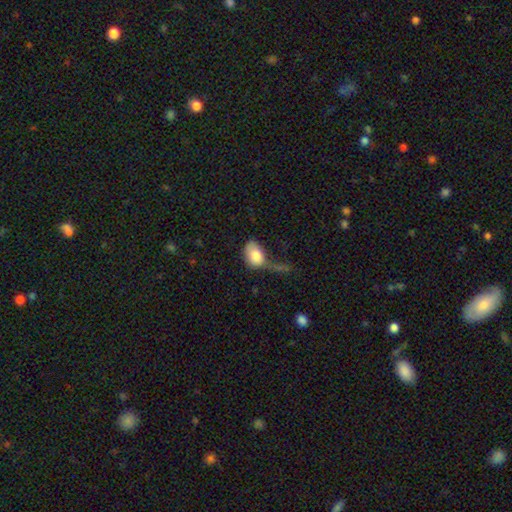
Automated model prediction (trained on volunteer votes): Smooth or featured?
  - smooth: 78% *
  - featured or disk: 15%
  - star or artifact: 7%
How rounded?
  - in between: 79% *
  - round: 20%
  - cigar-shaped: 2%
Merging?
  - major disturbance: 46% *
  - minor disturbance: 23%
  - none: 19%
  - merger: 13%